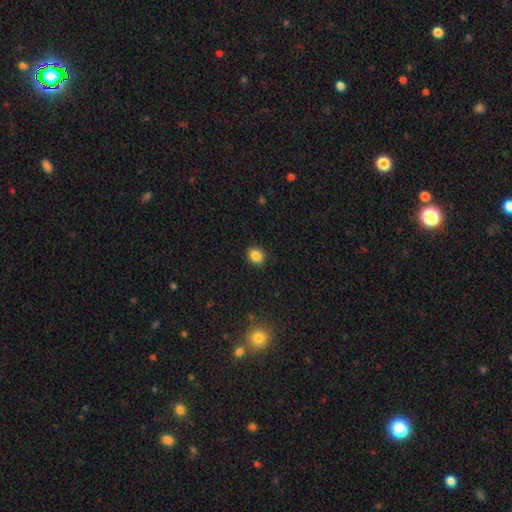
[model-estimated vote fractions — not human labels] This appears to be a smooth galaxy with no disk features (86%) that is round (61%). Merging: none (90%).